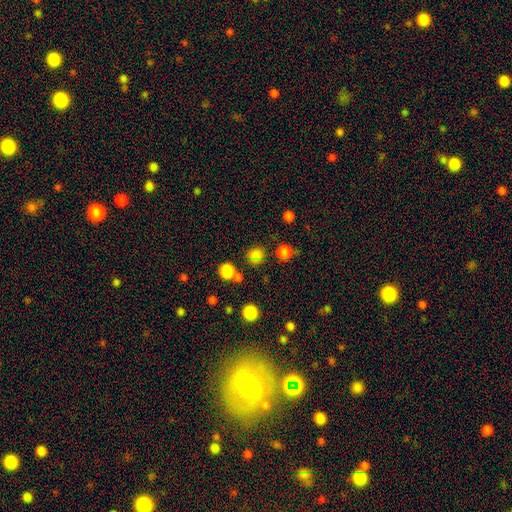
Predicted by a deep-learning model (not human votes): smooth-or-featured: smooth: 79% | star or artifact: 16% | featured or disk: 5%
  how-rounded: round: 90% | in between: 9% | cigar-shaped: 1%
  merging: none: 78% | merger: 10% | minor disturbance: 8% | major disturbance: 4%